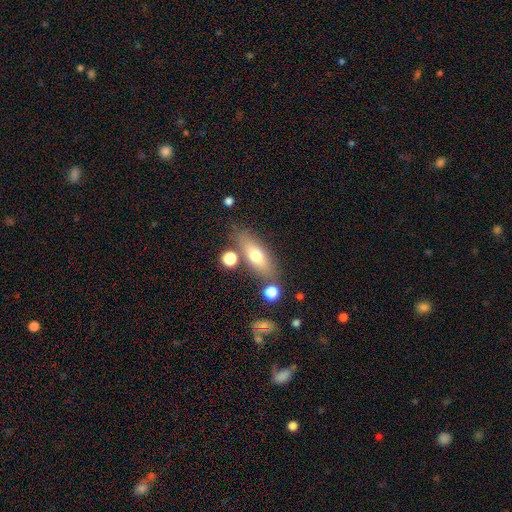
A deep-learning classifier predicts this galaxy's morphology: smooth-or-featured: smooth: 65% | featured or disk: 27% | star or artifact: 8%
  how-rounded: in between: 63% | cigar-shaped: 33% | round: 4%
  merging: none: 72% | minor disturbance: 15% | merger: 8% | major disturbance: 5%